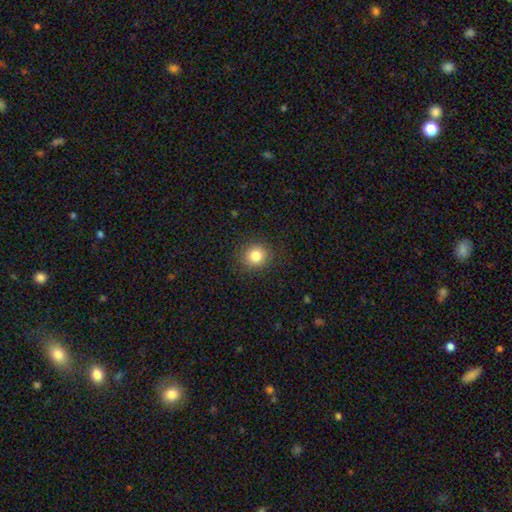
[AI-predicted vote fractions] The model was most divided on "smooth or featured": smooth: 82%, star or artifact: 11%, featured or disk: 7%. More confident: merging — none (89%); how rounded — round (88%).